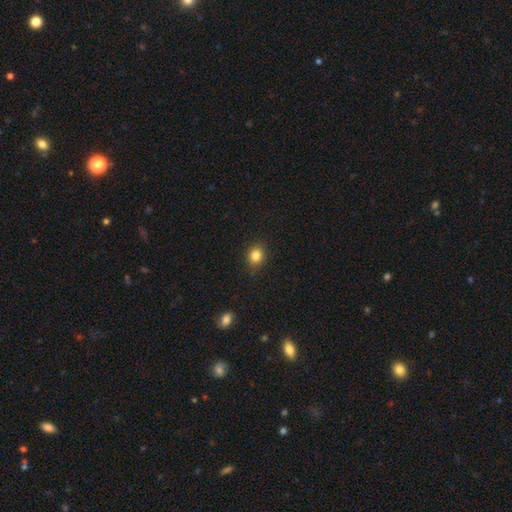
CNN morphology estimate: smooth_or_featured: smooth (p=0.84) [alt: star or artifact p=0.11]
how_rounded: round (p=0.66) [alt: in between p=0.33]
merging: none (p=0.88) [alt: minor disturbance p=0.09]